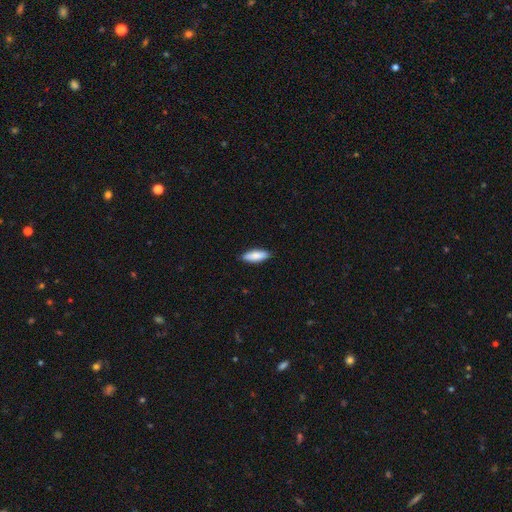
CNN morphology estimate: A smooth galaxy with no disk features (85%) that is in between round and cigar-shaped (58%). Merging: none (89%).